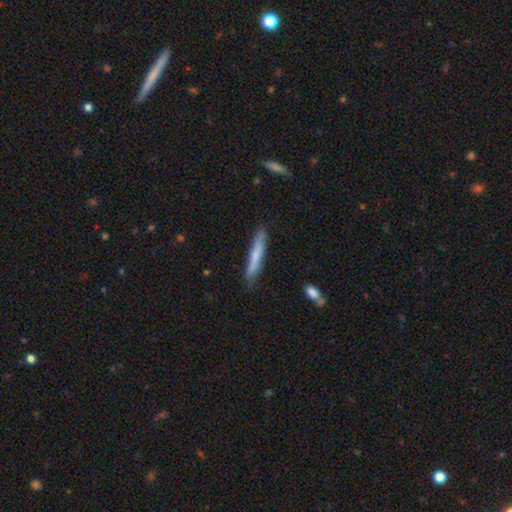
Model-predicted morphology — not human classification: Smooth or featured? Predicted: smooth (p=0.66). How rounded? Predicted: cigar-shaped (p=0.95). Merging? Predicted: none (p=0.83).